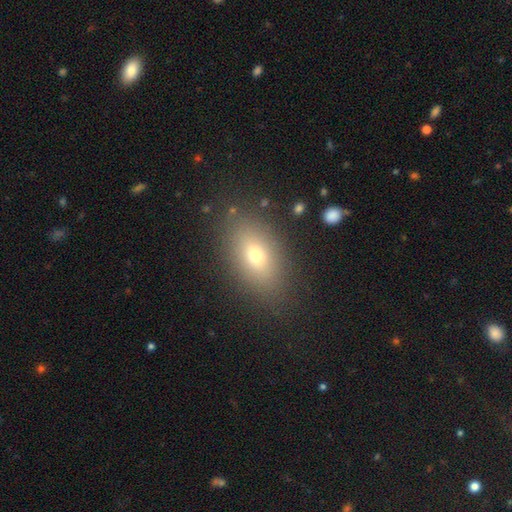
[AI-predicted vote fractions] smooth 70%, featured or disk 16%, star or artifact 13%. Down the decision tree: how rounded — in between (85%); merging — none (85%).